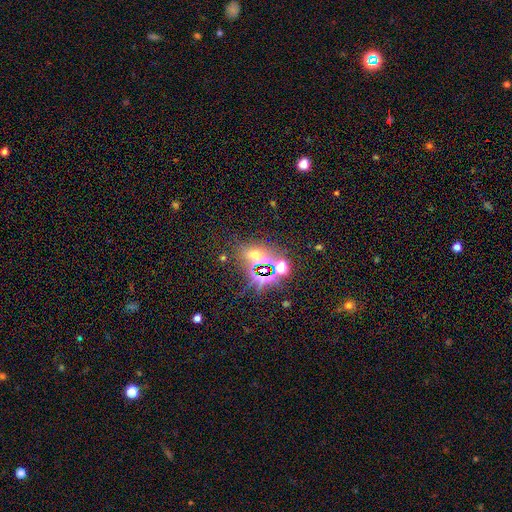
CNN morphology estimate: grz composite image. It shows a star or artifact, not a galaxy (65%).